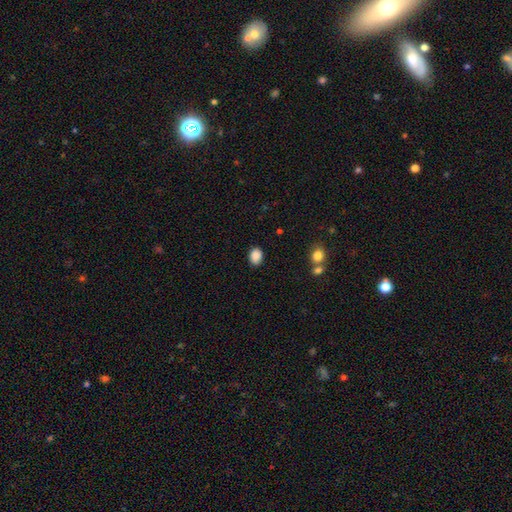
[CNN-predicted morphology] Smooth or featured?
  - smooth: 88% *
  - star or artifact: 8%
  - featured or disk: 3%
How rounded?
  - in between: 69% *
  - round: 30%
  - cigar-shaped: 1%
Merging?
  - none: 85% *
  - minor disturbance: 11%
  - major disturbance: 3%
  - merger: 2%